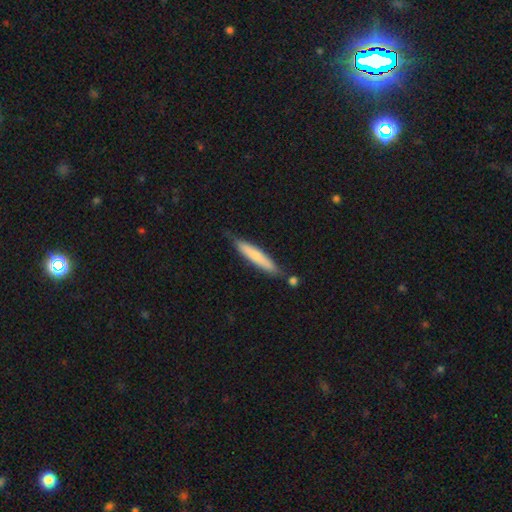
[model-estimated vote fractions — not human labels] Q: Smooth or featured?
A: smooth (70%); runner-up: featured or disk (24%)
Q: How rounded?
A: cigar-shaped (91%); runner-up: in between (8%)
Q: Merging?
A: none (72%); runner-up: minor disturbance (19%)